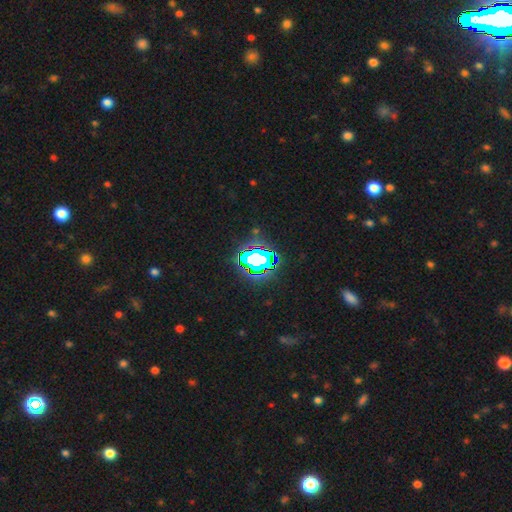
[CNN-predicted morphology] smooth-or-featured: star or artifact: 67% | smooth: 18% | featured or disk: 15%